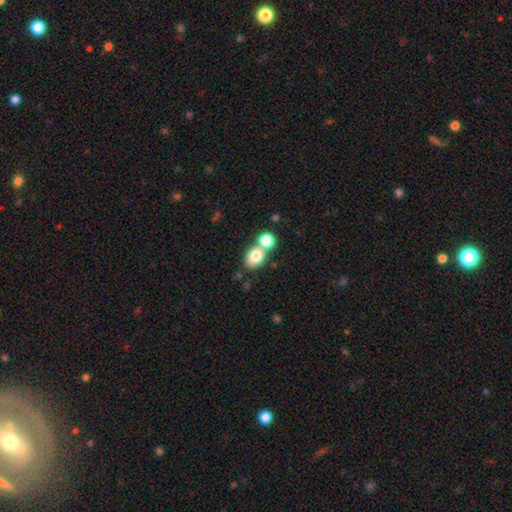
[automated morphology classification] Smooth or featured?
  - smooth: 78% *
  - featured or disk: 12%
  - star or artifact: 9%
How rounded?
  - in between: 65% *
  - round: 33%
  - cigar-shaped: 1%
Merging?
  - merger: 48% *
  - none: 41%
  - minor disturbance: 8%
  - major disturbance: 4%